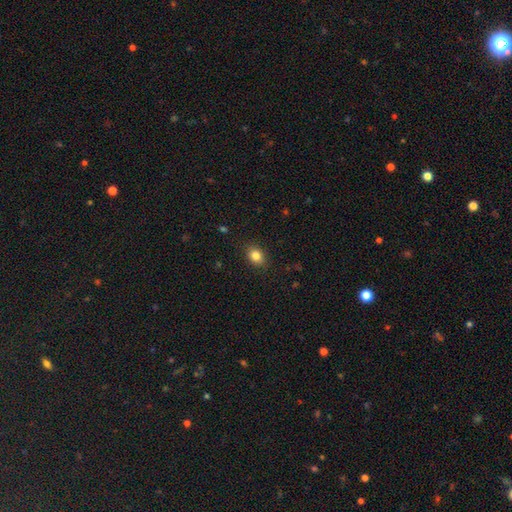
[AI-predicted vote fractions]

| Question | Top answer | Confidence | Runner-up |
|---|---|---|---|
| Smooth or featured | smooth | 84% | star or artifact (10%) |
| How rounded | in between | 57% | round (42%) |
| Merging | none | 87% | minor disturbance (10%) |